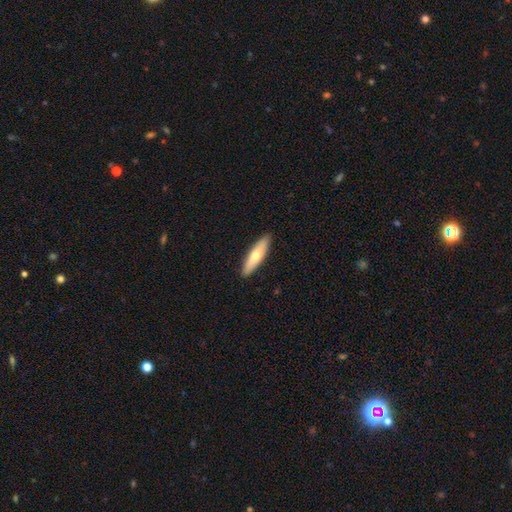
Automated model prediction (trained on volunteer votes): Smooth or featured: smooth — 63% (featured or disk — 32%)
How rounded: cigar-shaped — 72% (in between — 27%)
Merging: none — 90% (minor disturbance — 7%)